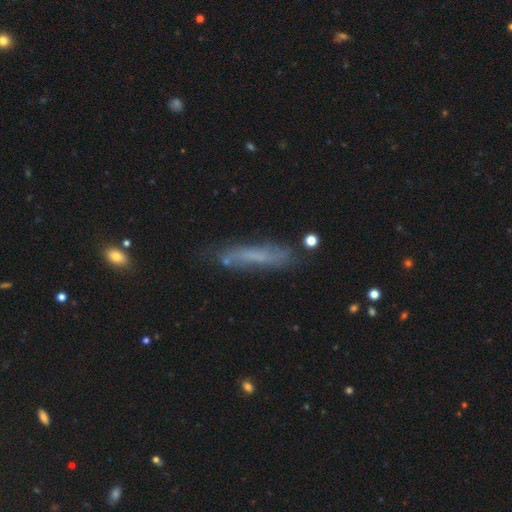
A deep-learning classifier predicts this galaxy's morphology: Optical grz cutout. It shows a smooth galaxy with no disk features (54%) that is cigar-shaped (86%). Merging: none (70%).